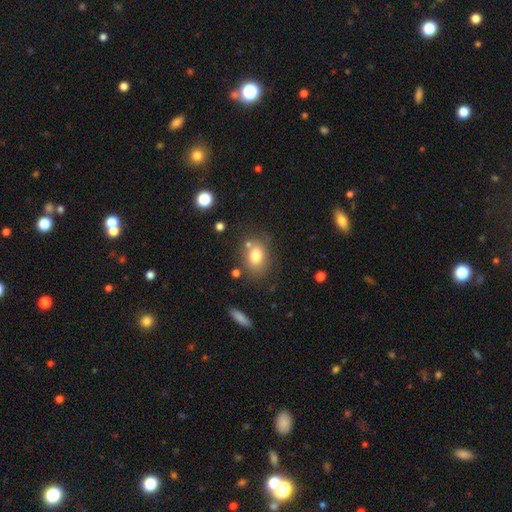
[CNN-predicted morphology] Overall: smooth (77%). How rounded: in between (62%; round 37%). Merging: none (70%).